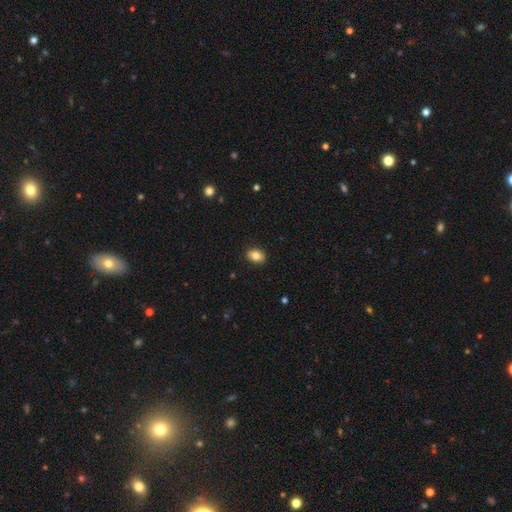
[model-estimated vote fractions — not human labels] Smooth or featured? smooth (82%)
How rounded? in between (81%)
Merging? none (89%)